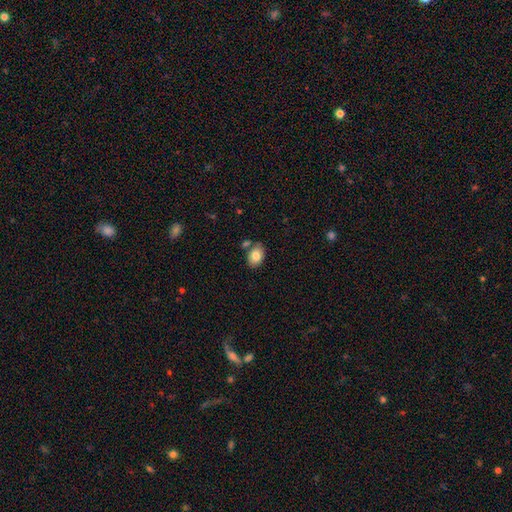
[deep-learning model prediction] Smooth or featured? smooth (83%)
How rounded? in between (83%)
Merging? none (69%)